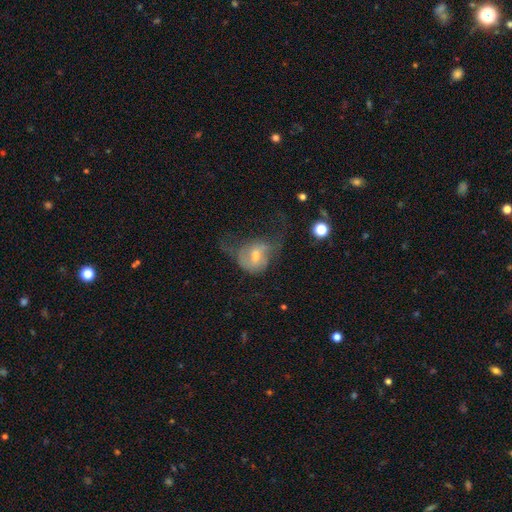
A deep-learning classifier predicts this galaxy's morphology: Q: Smooth or featured?
A: featured or disk (51%); runner-up: smooth (40%)
Q: Edge-on disk?
A: no (95%); runner-up: yes (5%)
Q: Merging?
A: major disturbance (45%); runner-up: none (28%)